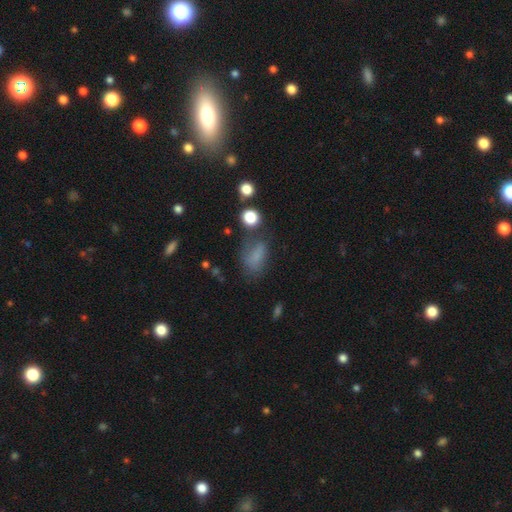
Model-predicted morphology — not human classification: smooth_or_featured: smooth (p=0.66) [alt: star or artifact p=0.17]
how_rounded: in between (p=0.78) [alt: round p=0.16]
merging: none (p=0.45) [alt: minor disturbance p=0.27]